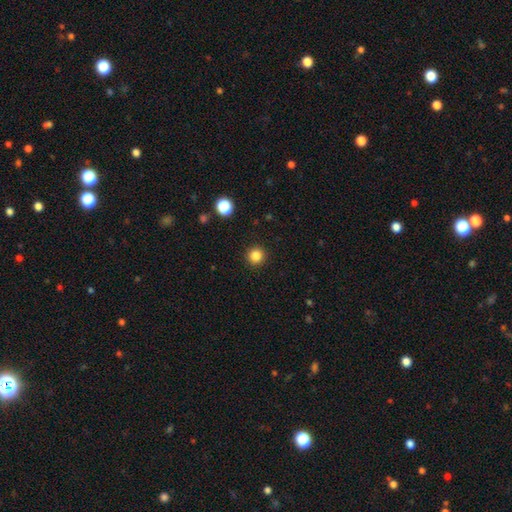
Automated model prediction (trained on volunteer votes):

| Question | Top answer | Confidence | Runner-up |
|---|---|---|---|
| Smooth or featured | smooth | 84% | star or artifact (12%) |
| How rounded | round | 95% | in between (4%) |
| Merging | none | 93% | minor disturbance (4%) |